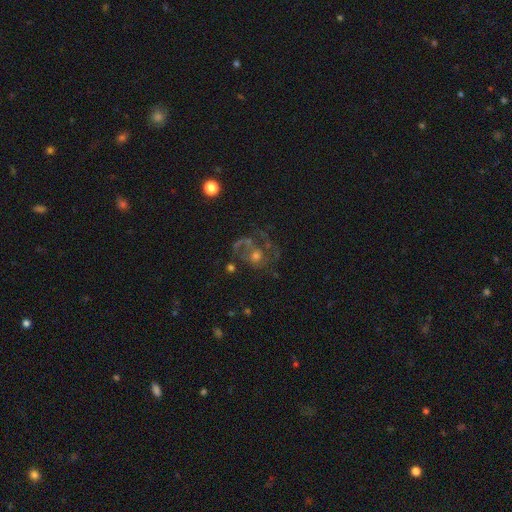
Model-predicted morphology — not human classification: A featured or disk galaxy (62%) with no bar (77%), spiral arms (75%) and a moderate central bulge (53%). Merging: none (58%).